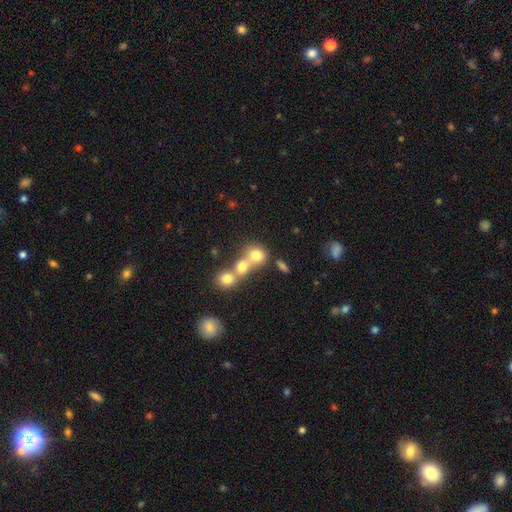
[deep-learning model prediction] Q: Smooth or featured?
A: smooth (73%); runner-up: featured or disk (13%)
Q: How rounded?
A: round (71%); runner-up: in between (27%)
Q: Merging?
A: merger (54%); runner-up: none (35%)